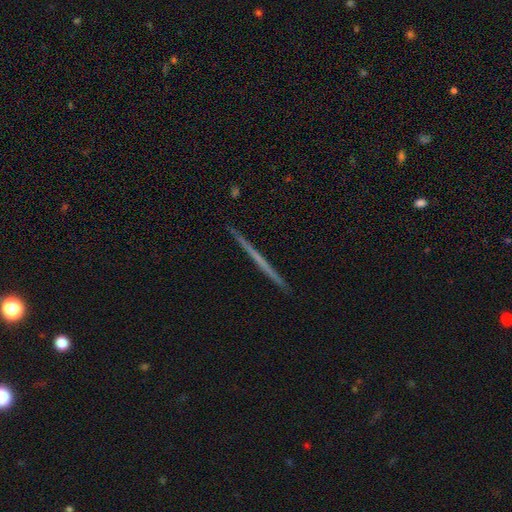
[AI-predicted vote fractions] featured or disk 61%, smooth 31%, star or artifact 8%. Down the decision tree: edge-on disk — yes (98%); edge-on bulge — none (87%); merging — none (92%).